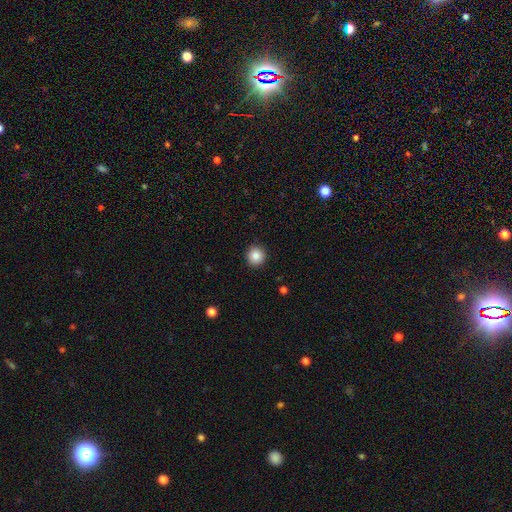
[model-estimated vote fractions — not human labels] Smooth or featured: smooth — 86% (star or artifact — 9%)
How rounded: round — 93% (in between — 6%)
Merging: none — 92% (minor disturbance — 6%)